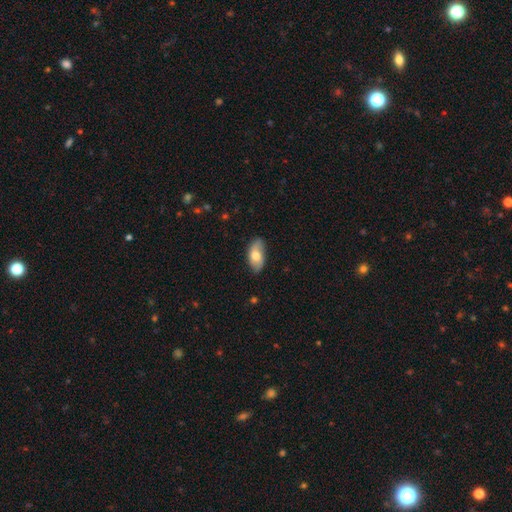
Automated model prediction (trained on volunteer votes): This is likely a smooth galaxy (66%). How rounded: clearly in between (92%). Merging: likely none (79%).